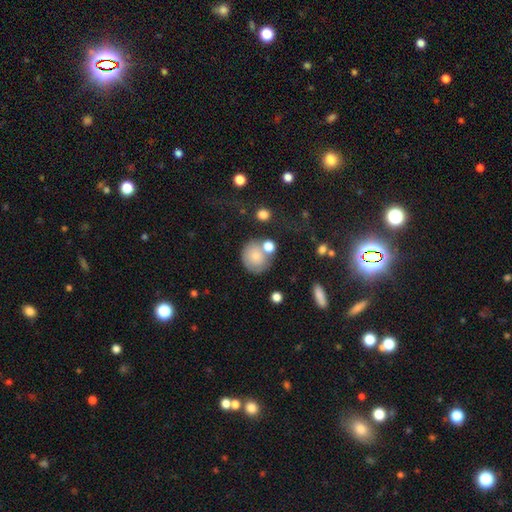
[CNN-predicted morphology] Smooth or featured? Predicted: smooth (p=0.73). How rounded? Predicted: round (p=0.82). Merging? Predicted: none (p=0.56).